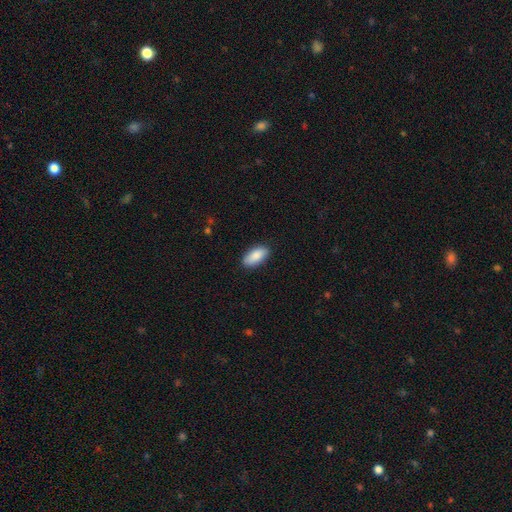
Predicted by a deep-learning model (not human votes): Smooth or featured: smooth — 88% (featured or disk — 6%)
How rounded: in between — 91% (cigar-shaped — 7%)
Merging: none — 87% (minor disturbance — 10%)